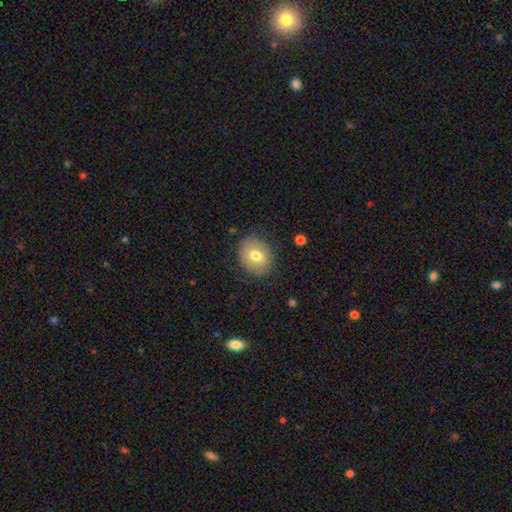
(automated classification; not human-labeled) A smooth galaxy with no disk features (73%) that is round (61%).

Vote fractions:
- Smooth or featured? smooth: 73% / featured or disk: 18% / star or artifact: 9%
- How rounded? round: 61% / in between: 38% / cigar-shaped: 1%
- Merging? none: 82% / minor disturbance: 13% / major disturbance: 4% / merger: 1%